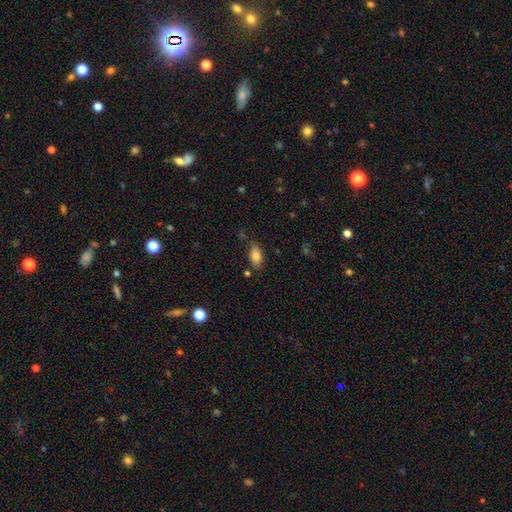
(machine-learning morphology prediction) Smooth or featured: smooth — 82% (featured or disk — 10%)
How rounded: in between — 91% (cigar-shaped — 5%)
Merging: none — 73% (minor disturbance — 18%)